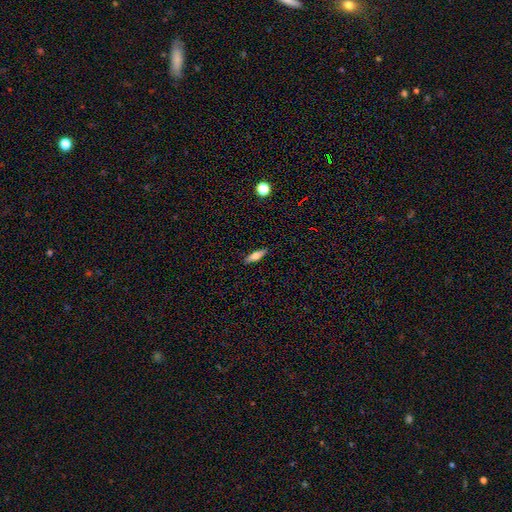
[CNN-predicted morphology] smooth 63%, featured or disk 30%, star or artifact 8%. Down the decision tree: how rounded — cigar-shaped (53%); merging — none (88%).